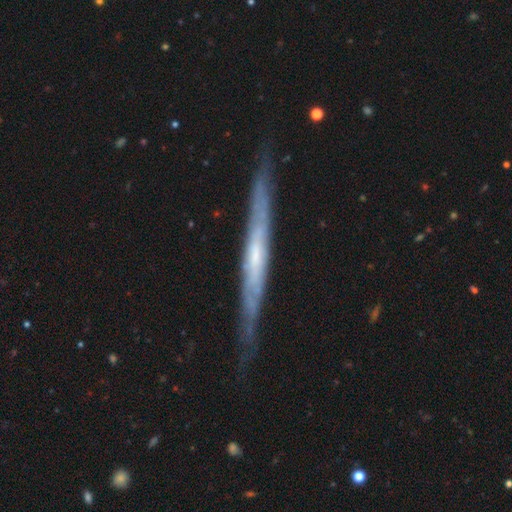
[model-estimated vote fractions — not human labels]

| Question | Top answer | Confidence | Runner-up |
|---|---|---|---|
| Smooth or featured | featured or disk | 74% | smooth (20%) |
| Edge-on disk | yes | 88% | no (12%) |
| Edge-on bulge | none | 69% | rounded (24%) |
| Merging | none | 78% | minor disturbance (17%) |